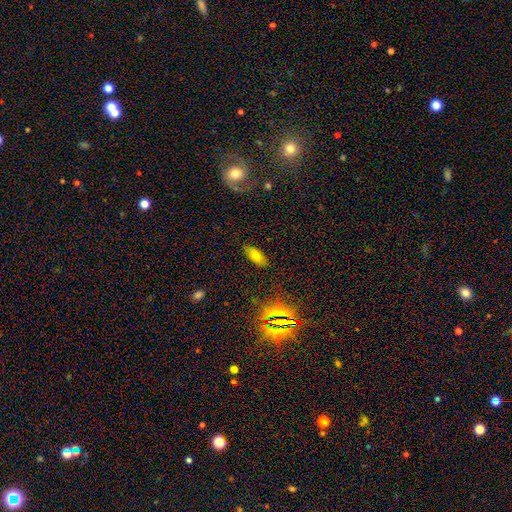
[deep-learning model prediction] Q: Smooth or featured?
A: smooth (67%); runner-up: star or artifact (17%)
Q: How rounded?
A: in between (86%); runner-up: cigar-shaped (10%)
Q: Merging?
A: none (84%); runner-up: minor disturbance (12%)